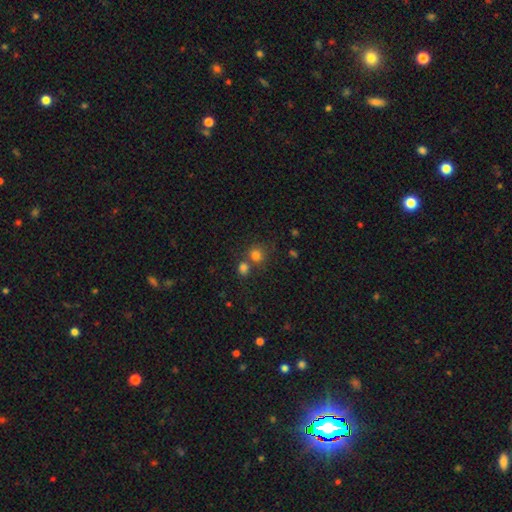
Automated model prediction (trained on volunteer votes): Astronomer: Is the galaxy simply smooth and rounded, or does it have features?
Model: smooth — 79%.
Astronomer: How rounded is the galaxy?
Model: round — 83%.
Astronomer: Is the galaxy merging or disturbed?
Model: none — 58%.